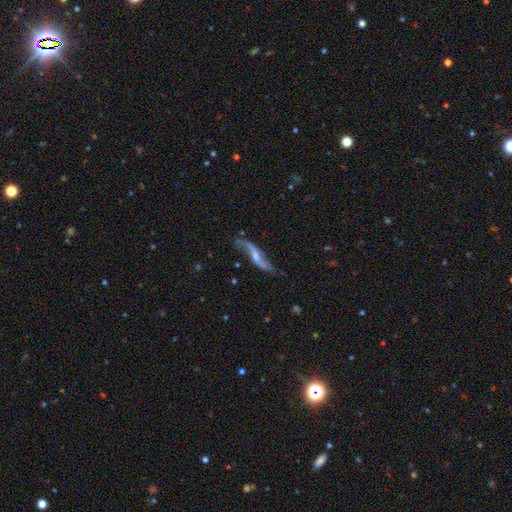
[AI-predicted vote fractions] This is clearly a featured or disk galaxy (80%). It is likely not viewed edge-on (77%). Bar: marginally weak (40%). Spiral arm pattern: clearly yes (92%). Spiral arm count: clearly 2 (90%). Spiral winding: clearly loose (91%). Central bulge: marginally small (42%). Merging: likely none (62%).